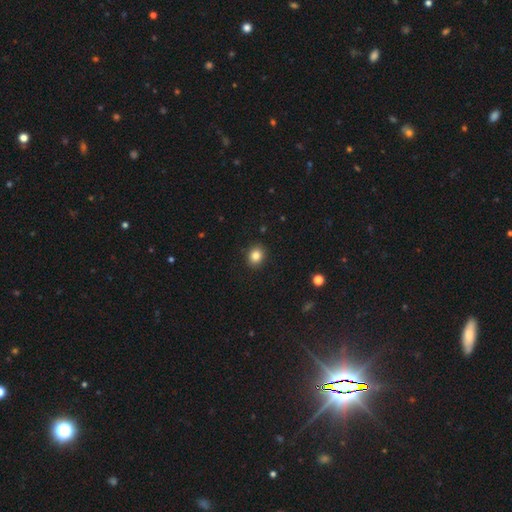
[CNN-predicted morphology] This appears to be a smooth galaxy with no disk features (84%) that is round (65%). Merging: none (91%).